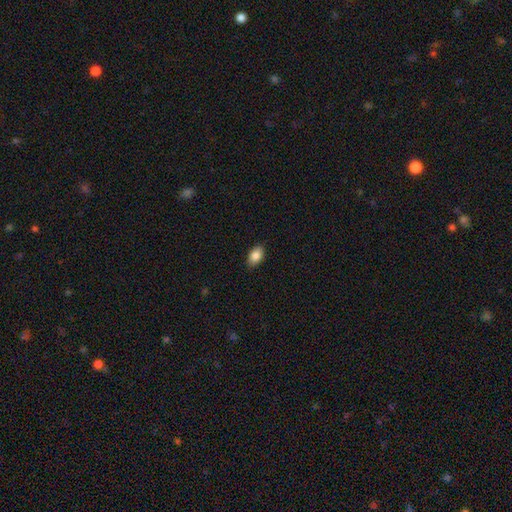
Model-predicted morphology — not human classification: Smooth or featured?
  - smooth: 87% *
  - star or artifact: 8%
  - featured or disk: 5%
How rounded?
  - in between: 90% *
  - round: 8%
  - cigar-shaped: 2%
Merging?
  - none: 87% *
  - minor disturbance: 10%
  - major disturbance: 2%
  - merger: 1%